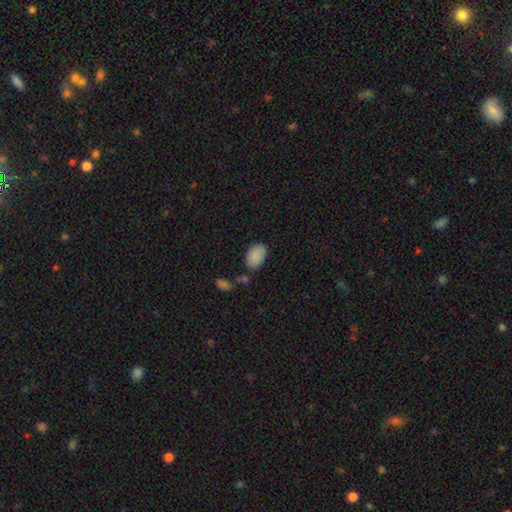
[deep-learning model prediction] A smooth galaxy with no disk features (89%) that is in between round and cigar-shaped (93%).

Vote fractions:
- Smooth or featured? smooth: 89% / star or artifact: 7% / featured or disk: 4%
- How rounded? in between: 93% / round: 6% / cigar-shaped: 1%
- Merging? none: 72% / minor disturbance: 16% / merger: 7% / major disturbance: 4%